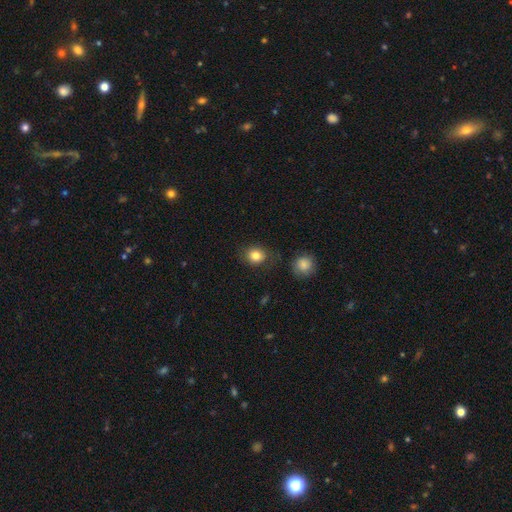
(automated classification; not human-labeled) This appears to be a smooth galaxy with no disk features (83%) that is round (70%). Merging: none (79%).